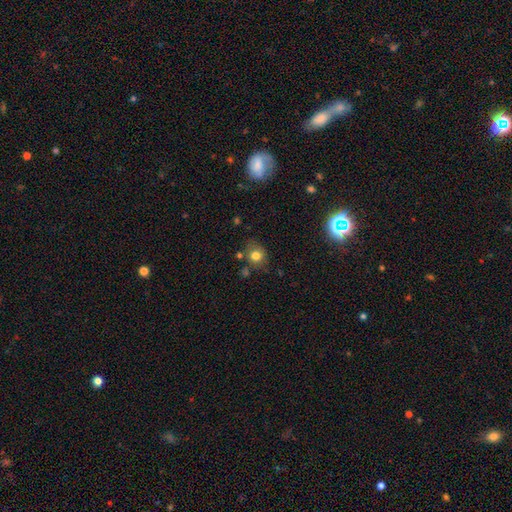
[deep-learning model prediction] Smooth or featured? smooth (78%)
How rounded? round (70%)
Merging? none (69%)